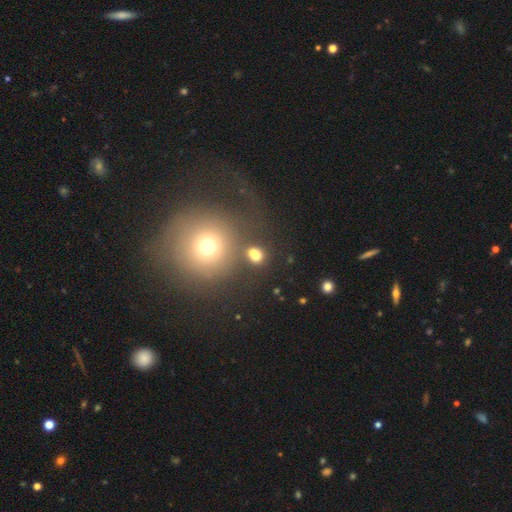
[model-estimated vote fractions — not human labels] Overall: smooth (73%). How rounded: round (72%). Merging: none (63%).